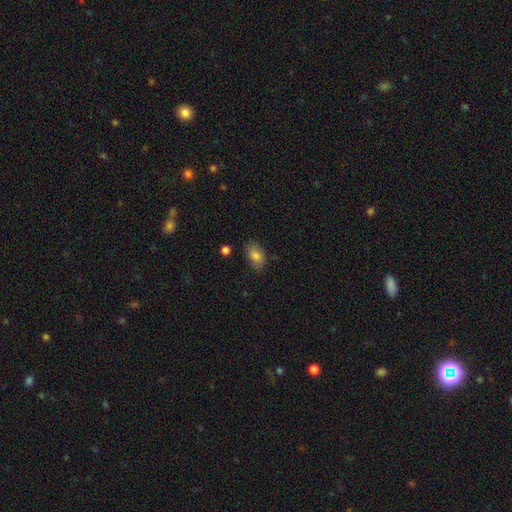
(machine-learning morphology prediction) smooth_or_featured: smooth (p=0.82) [alt: featured or disk p=0.10]
how_rounded: in between (p=0.89) [alt: round p=0.09]
merging: none (p=0.80) [alt: minor disturbance p=0.15]